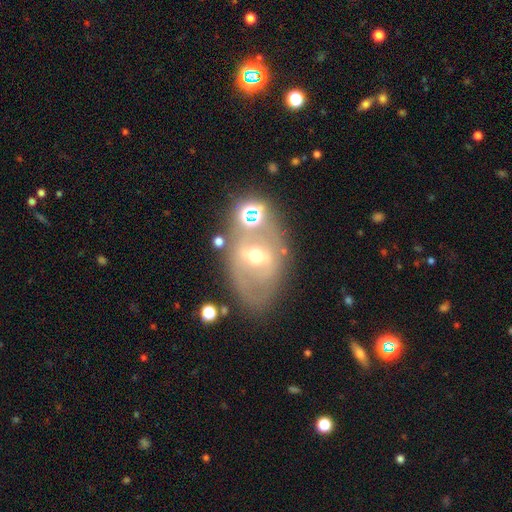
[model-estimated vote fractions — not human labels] featured or disk 61%, smooth 26%, star or artifact 13%. Down the decision tree: edge-on disk — no (92%); bar — weak (39%); spiral arms — no (66%); bulge size — moderate (63%); merging — none (62%).